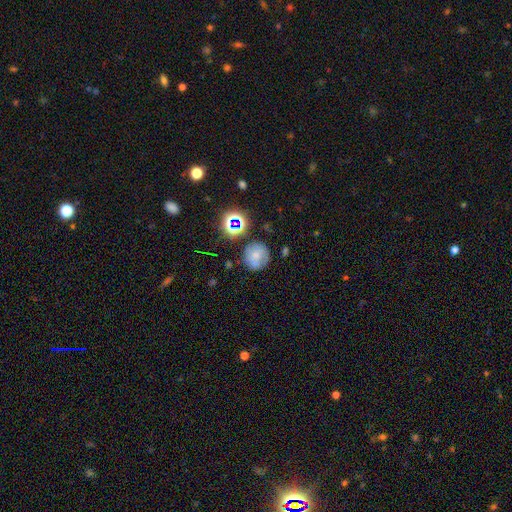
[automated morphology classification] This appears to be a smooth galaxy with no disk features (62%) that is round (88%). Merging: none (69%).